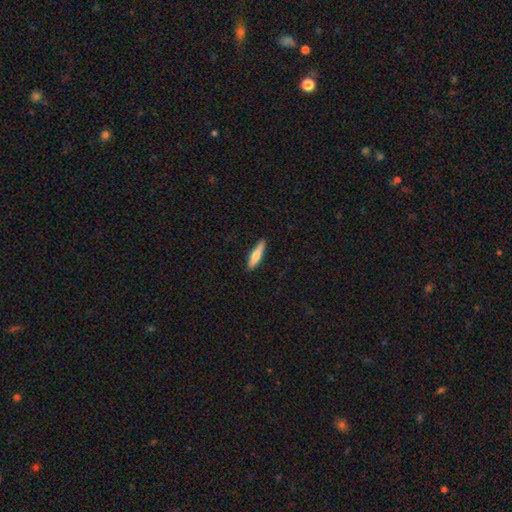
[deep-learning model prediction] Smooth or featured? Predicted: smooth (p=0.71). How rounded? Predicted: cigar-shaped (p=0.79). Merging? Predicted: none (p=0.89).